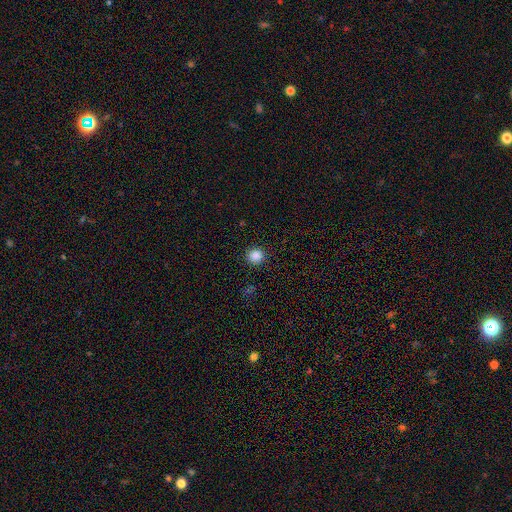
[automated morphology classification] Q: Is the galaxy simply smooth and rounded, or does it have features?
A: smooth — 85%.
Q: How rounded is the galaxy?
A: round — 93%.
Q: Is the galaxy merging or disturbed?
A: none — 91%.